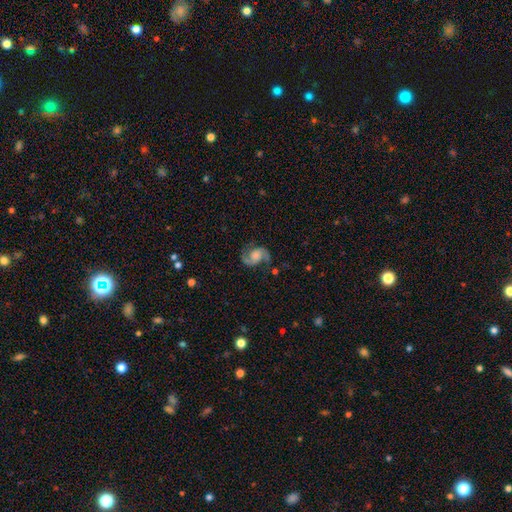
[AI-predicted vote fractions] Smooth or featured: featured or disk — 85% (smooth — 9%)
Edge-on disk: no — 98% (yes — 2%)
Bar: no — 63% (weak — 30%)
Spiral arms: yes — 97% (no — 3%)
Spiral winding: medium — 52% (loose — 34%)
Spiral arm count: 2 — 93% (1 — 2%)
Bulge size: moderate — 30% (none — 24%)
Merging: none — 74% (minor disturbance — 16%)